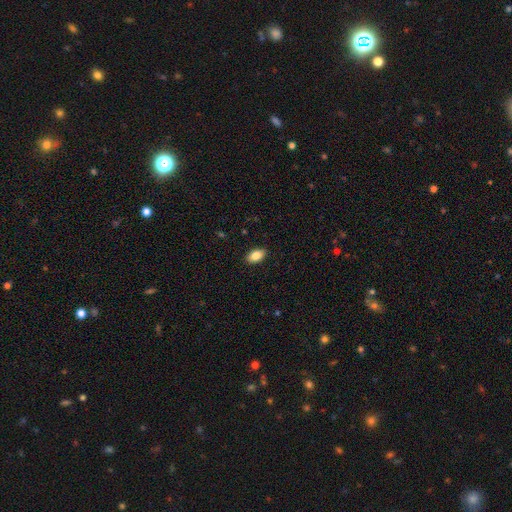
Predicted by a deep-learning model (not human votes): The model was most divided on "smooth or featured": smooth: 84%, featured or disk: 8%, star or artifact: 7%. More confident: how rounded — in between (93%); merging — none (90%).